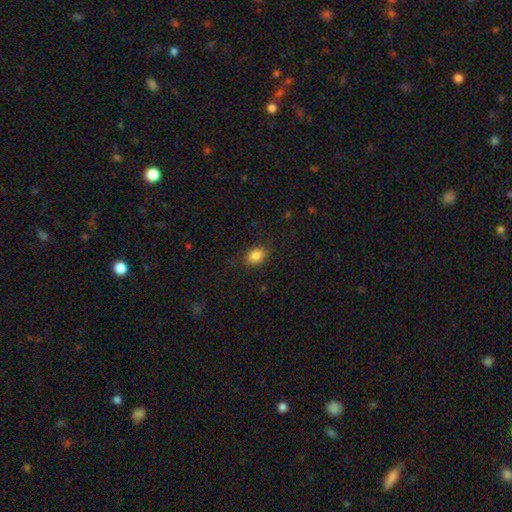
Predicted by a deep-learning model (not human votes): The model was most divided on "how rounded": in between: 74%, round: 25%, cigar-shaped: 1%. More confident: smooth or featured — smooth (85%); merging — none (79%).